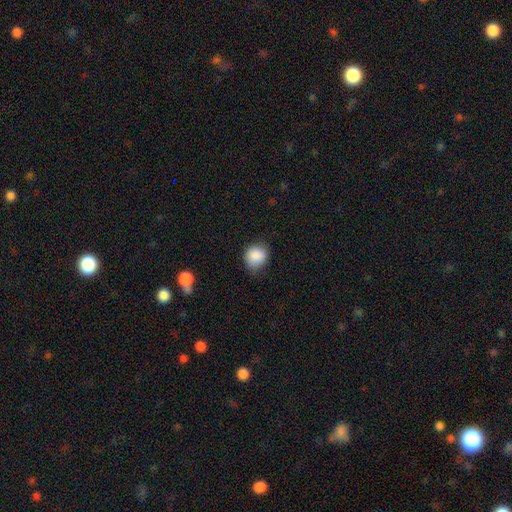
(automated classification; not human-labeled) smooth-or-featured: smooth: 88% | star or artifact: 8% | featured or disk: 4%
  how-rounded: round: 75% | in between: 24% | cigar-shaped: 1%
  merging: none: 74% | minor disturbance: 21% | major disturbance: 4% | merger: 1%